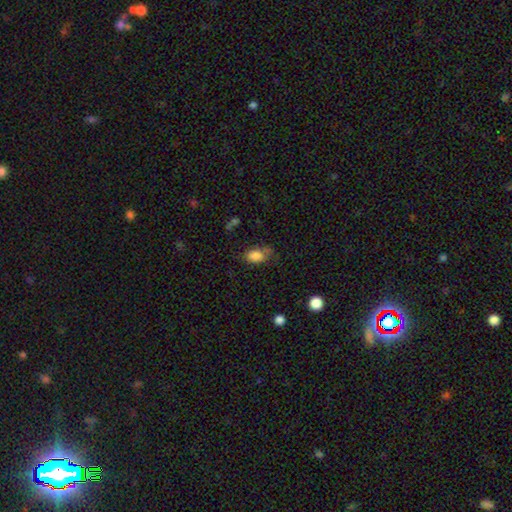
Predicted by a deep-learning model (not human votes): Morphology: type=smooth (83%); roundness=in between (87%); merging=none (54%).